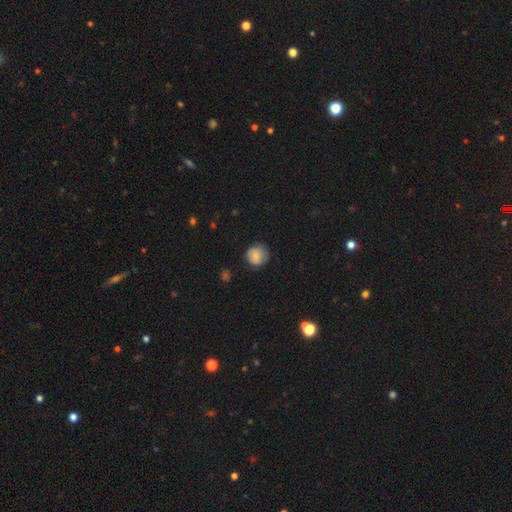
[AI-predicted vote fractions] Morphology: type=smooth (76%); roundness=round (89%); merging=none (72%).